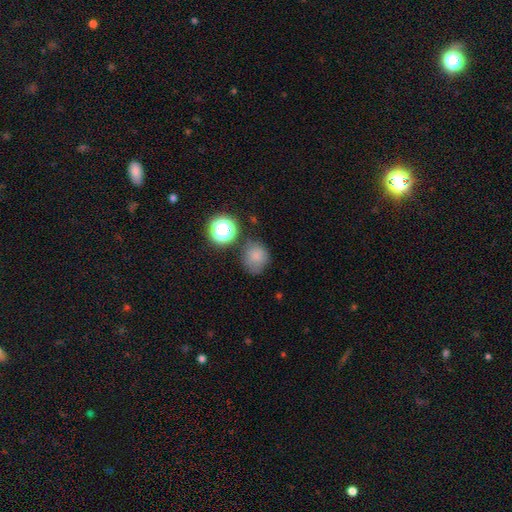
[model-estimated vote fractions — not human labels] Morphology: type=smooth (76%); roundness=round (72%); merging=none (62%).